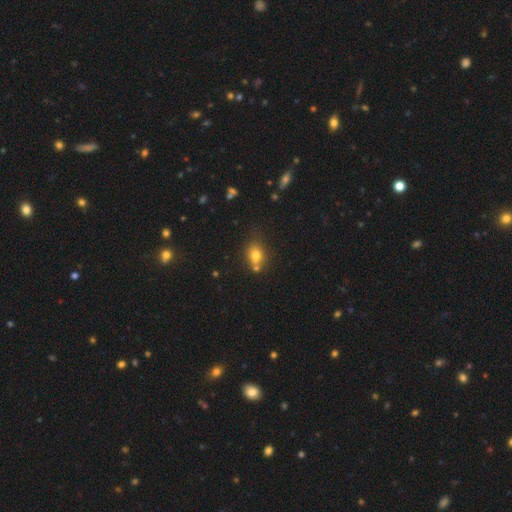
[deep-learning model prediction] Smooth or featured? Predicted: smooth (p=0.73). How rounded? Predicted: in between (p=0.54). Merging? Predicted: none (p=0.55).